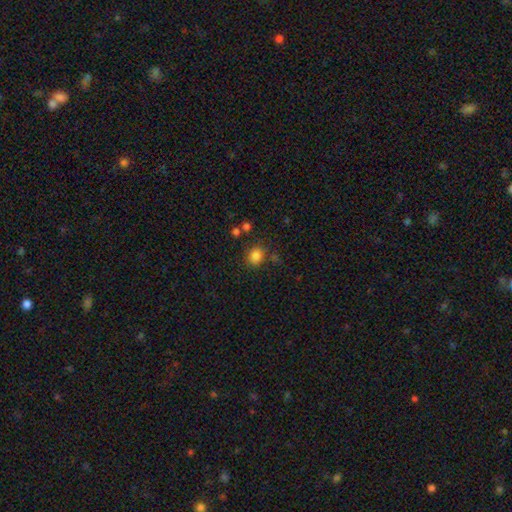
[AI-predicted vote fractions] smooth 83%, star or artifact 12%, featured or disk 5%. Down the decision tree: how rounded — round (66%); merging — none (77%).